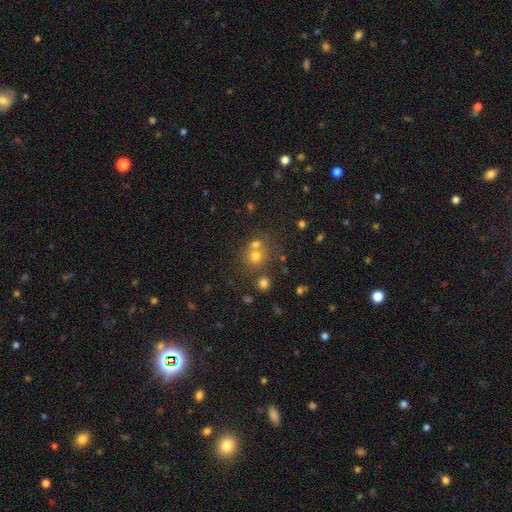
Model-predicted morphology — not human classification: Overall: smooth (67%). How rounded: round (84%). Merging: none (52%; merger 38%).